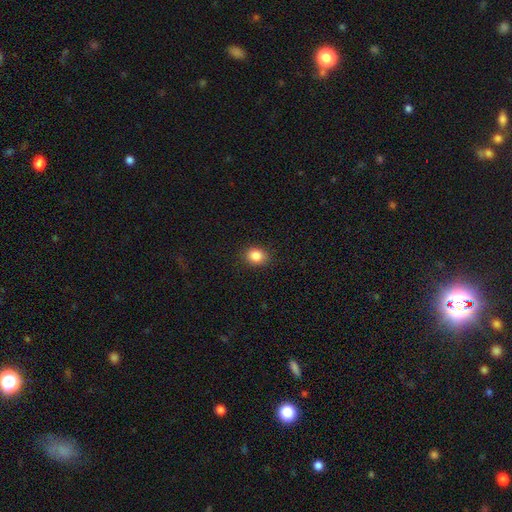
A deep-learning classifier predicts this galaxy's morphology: Smooth or featured? smooth (86%)
How rounded? round (55%)
Merging? none (88%)